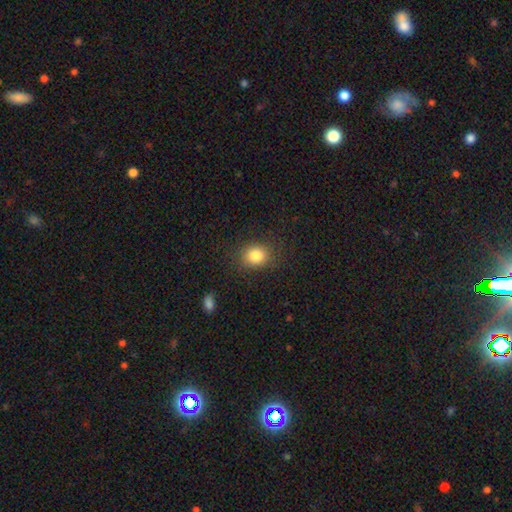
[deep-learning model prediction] Q: Smooth or featured?
A: smooth (83%); runner-up: star or artifact (11%)
Q: How rounded?
A: round (62%); runner-up: in between (37%)
Q: Merging?
A: none (85%); runner-up: minor disturbance (10%)